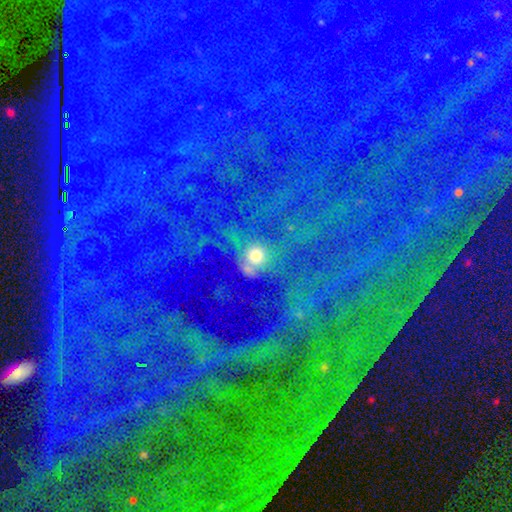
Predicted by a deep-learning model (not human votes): smooth 44%, star or artifact 35%, featured or disk 21%. Down the decision tree: merging — none (48%).